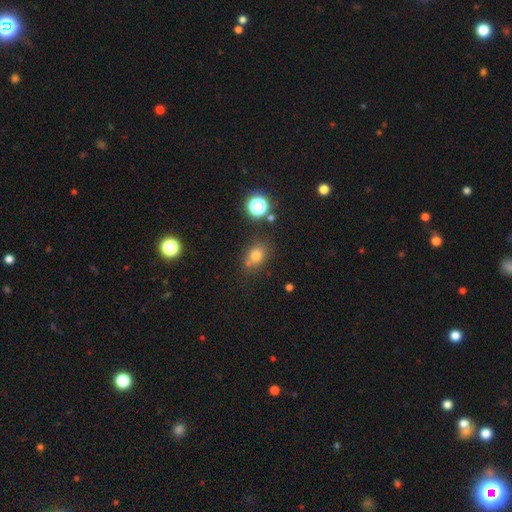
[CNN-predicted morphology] This appears to be a smooth galaxy with no disk features (73%) that is round (52%). Merging: none (68%).